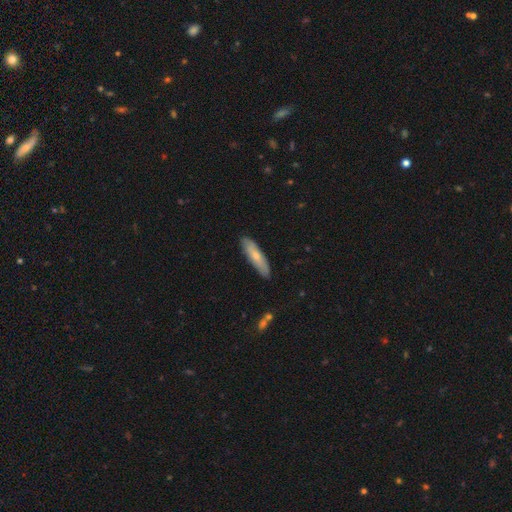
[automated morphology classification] type=smooth (65%); roundness=cigar-shaped (74%); merging=none (87%).